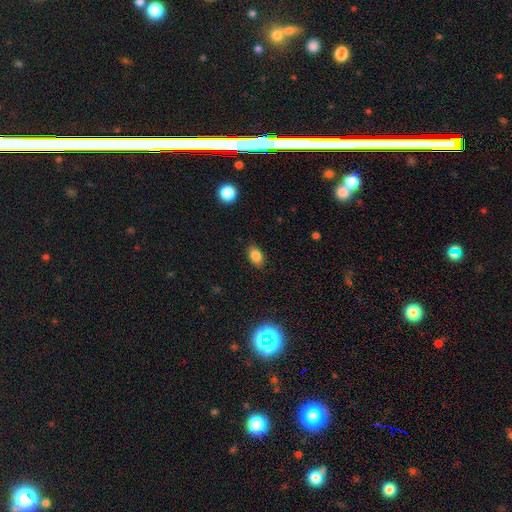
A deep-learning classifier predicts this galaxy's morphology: This is clearly a smooth galaxy (84%). How rounded: clearly in between (85%). Merging: clearly none (86%).